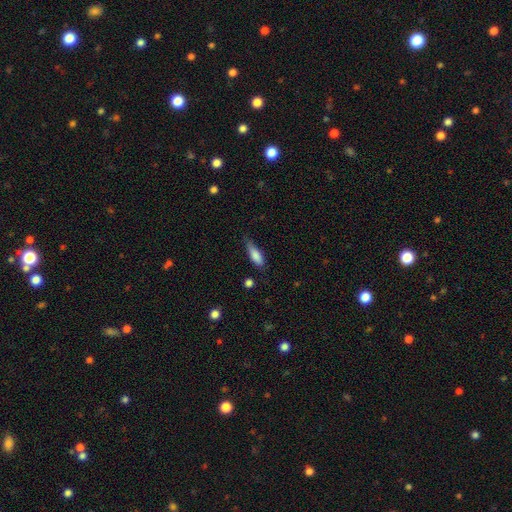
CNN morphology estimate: Smooth or featured? smooth (82%)
How rounded? in between (58%)
Merging? none (52%)